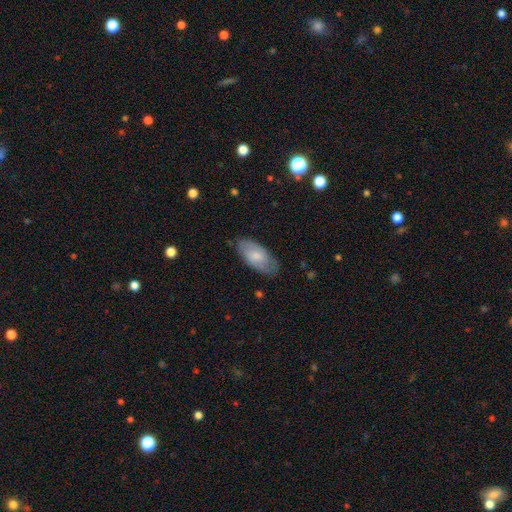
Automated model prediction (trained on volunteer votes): smooth 54%, featured or disk 40%, star or artifact 6%. Down the decision tree: how rounded — in between (92%); merging — none (77%).